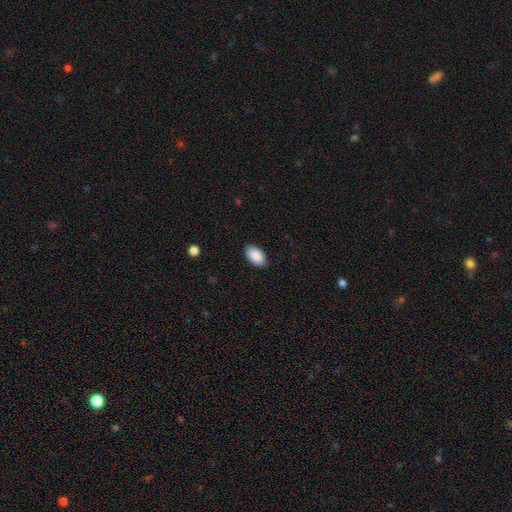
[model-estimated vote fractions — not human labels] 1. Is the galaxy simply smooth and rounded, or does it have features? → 90% smooth, 6% star or artifact, 4% featured or disk.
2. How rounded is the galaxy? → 95% in between, 4% round, 1% cigar-shaped.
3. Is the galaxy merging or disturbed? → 88% none, 9% minor disturbance, 2% major disturbance, 1% merger.